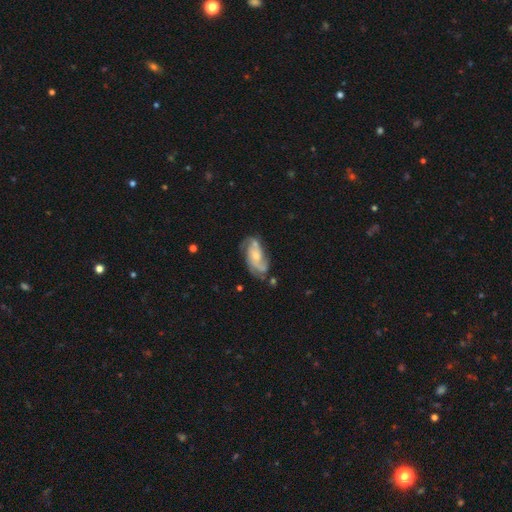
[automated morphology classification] Smooth or featured: featured or disk — 81% (smooth — 13%)
Edge-on disk: no — 96% (yes — 4%)
Bar: no — 62% (weak — 31%)
Spiral arms: yes — 94% (no — 6%)
Spiral winding: medium — 48% (tight — 28%)
Spiral arm count: 2 — 47% (3 — 27%)
Bulge size: small — 53% (moderate — 36%)
Merging: none — 59% (minor disturbance — 23%)